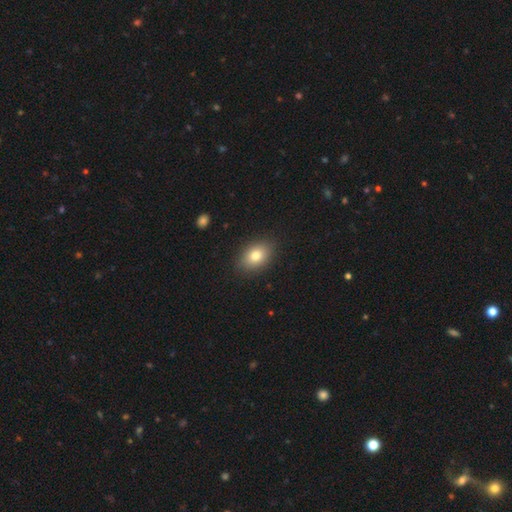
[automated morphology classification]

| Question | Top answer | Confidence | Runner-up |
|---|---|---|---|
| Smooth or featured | smooth | 80% | featured or disk (11%) |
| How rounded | in between | 81% | round (18%) |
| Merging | none | 87% | minor disturbance (9%) |